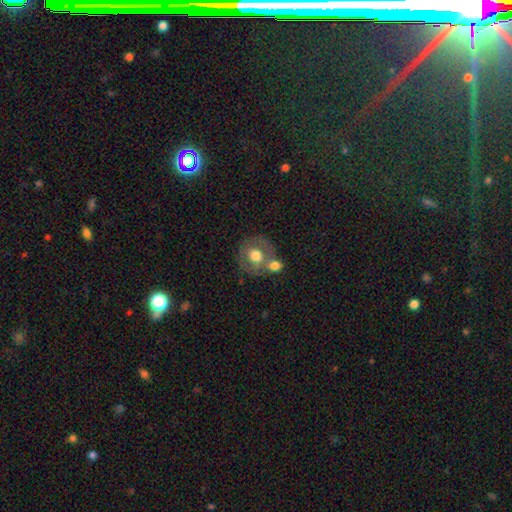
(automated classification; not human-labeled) A smooth galaxy with no disk features (59%) that is round (82%). Merging: none (48%).